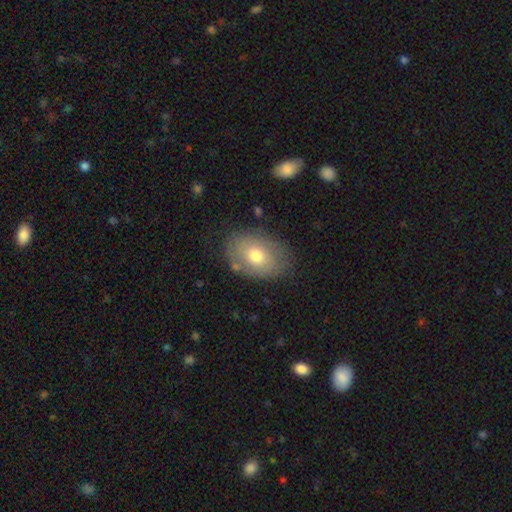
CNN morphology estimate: smooth_or_featured: smooth (p=0.67) [alt: featured or disk p=0.25]
how_rounded: in between (p=0.80) [alt: round p=0.19]
merging: none (p=0.77) [alt: minor disturbance p=0.16]